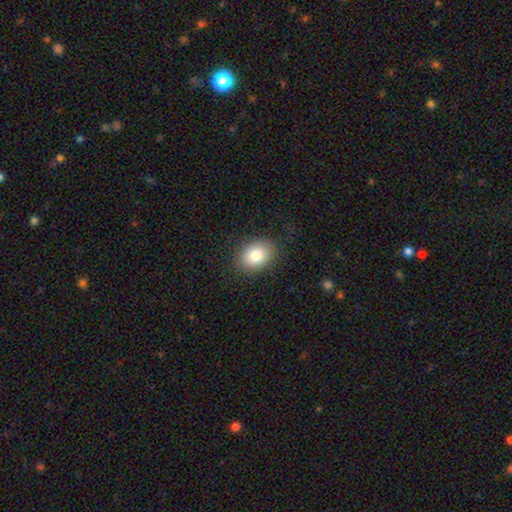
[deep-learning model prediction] smooth 83%, star or artifact 9%, featured or disk 9%. Down the decision tree: how rounded — in between (66%); merging — none (84%).